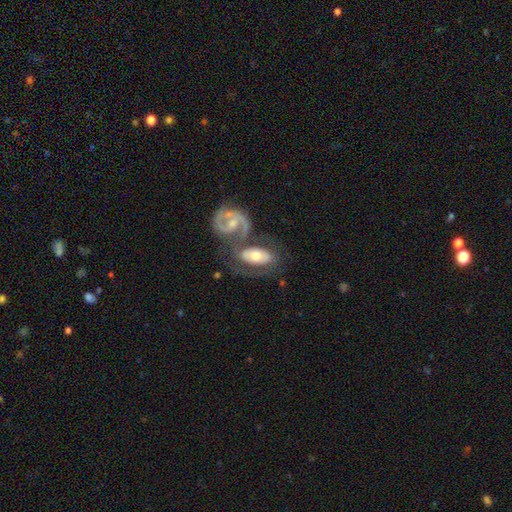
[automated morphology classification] Overall: featured or disk (65%; smooth 29%). Edge-on disk: no (92%). Bar: no (61%; weak 25%). Spiral arms: yes (72%). Bulge size: moderate (61%; small 27%). Merging: merger (45%; none 30%).